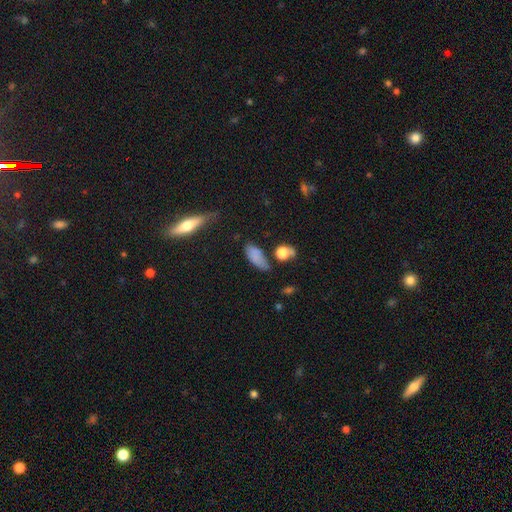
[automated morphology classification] Smooth or featured? Predicted: smooth (p=0.77). How rounded? Predicted: in between (p=0.76). Merging? Predicted: none (p=0.61).